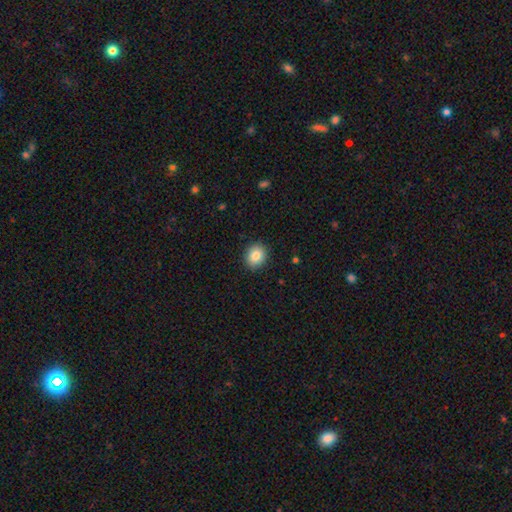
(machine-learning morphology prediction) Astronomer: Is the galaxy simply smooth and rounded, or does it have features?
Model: smooth — 85%.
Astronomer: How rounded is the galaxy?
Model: round — 66%.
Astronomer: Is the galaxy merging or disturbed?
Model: none — 89%.